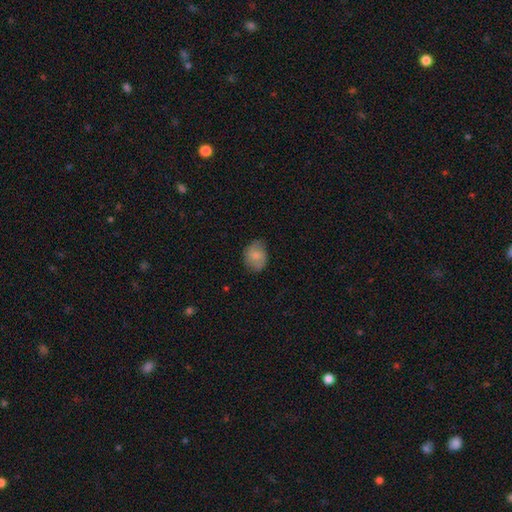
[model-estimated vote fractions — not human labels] This is likely a smooth galaxy (76%). How rounded: possibly in between (60%). Merging: likely none (68%).